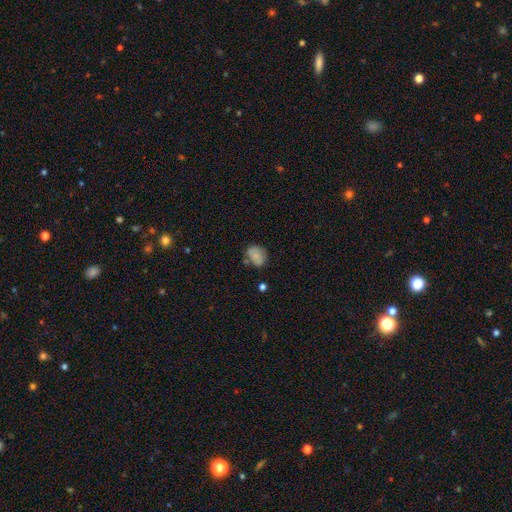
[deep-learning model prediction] Q: Smooth or featured?
A: smooth (73%); runner-up: featured or disk (17%)
Q: How rounded?
A: in between (53%); runner-up: round (46%)
Q: Merging?
A: none (54%); runner-up: minor disturbance (27%)